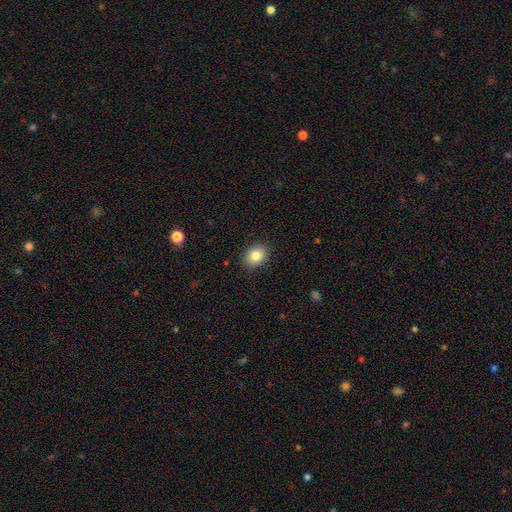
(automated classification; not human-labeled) This appears to be a smooth galaxy with no disk features (83%) that is in between round and cigar-shaped (58%). Merging: none (88%).